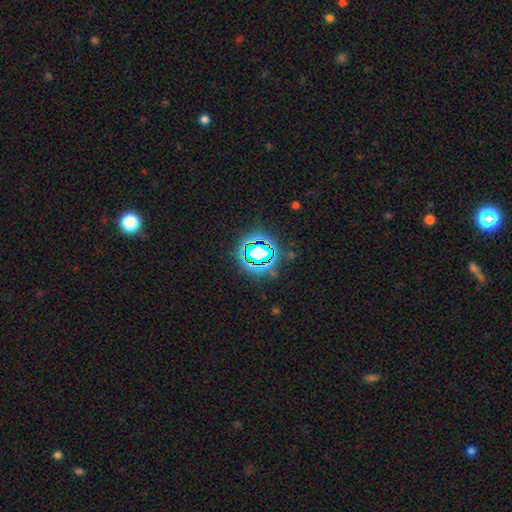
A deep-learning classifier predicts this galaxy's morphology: smooth-or-featured: star or artifact: 69% | smooth: 18% | featured or disk: 12%